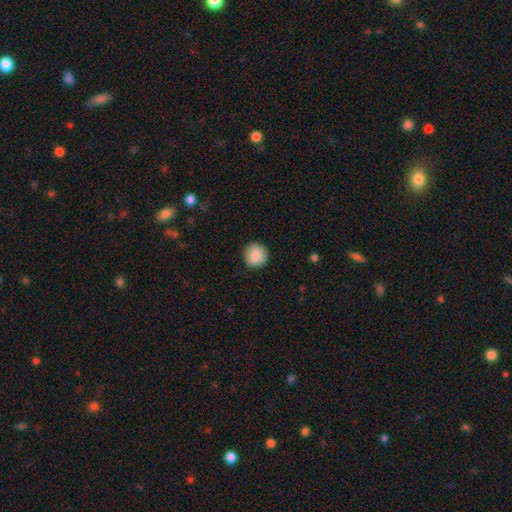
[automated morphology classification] Smooth or featured?
  - smooth: 87% *
  - star or artifact: 8%
  - featured or disk: 5%
How rounded?
  - round: 93% *
  - in between: 6%
  - cigar-shaped: 1%
Merging?
  - none: 89% *
  - minor disturbance: 8%
  - major disturbance: 2%
  - merger: 1%